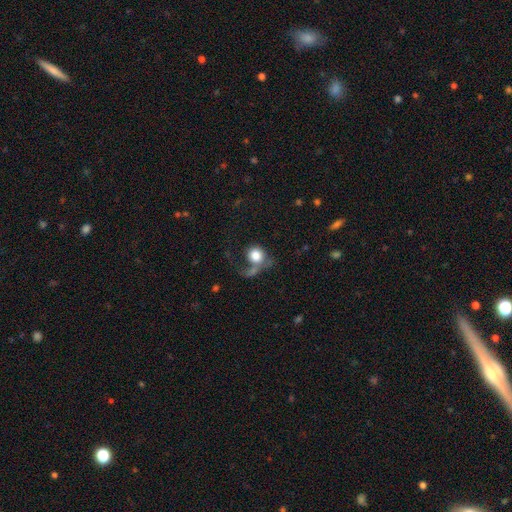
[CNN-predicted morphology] Smooth or featured?
  - smooth: 71% *
  - featured or disk: 21%
  - star or artifact: 8%
How rounded?
  - round: 77% *
  - in between: 22%
  - cigar-shaped: 1%
Merging?
  - major disturbance: 43% *
  - none: 25%
  - merger: 17%
  - minor disturbance: 14%